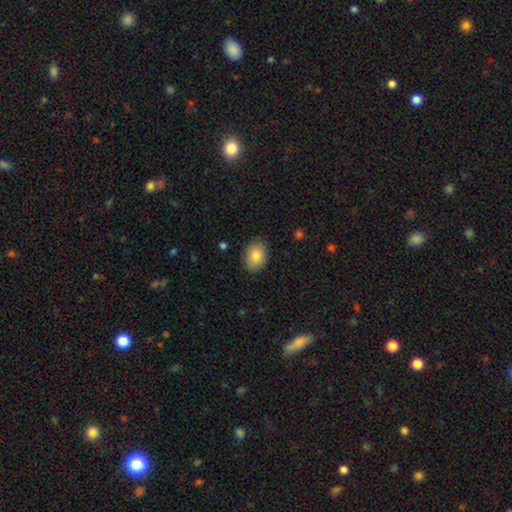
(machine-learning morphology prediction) smooth_or_featured: smooth (p=0.85) [alt: featured or disk p=0.08]
how_rounded: in between (p=0.77) [alt: round p=0.22]
merging: none (p=0.85) [alt: minor disturbance p=0.12]